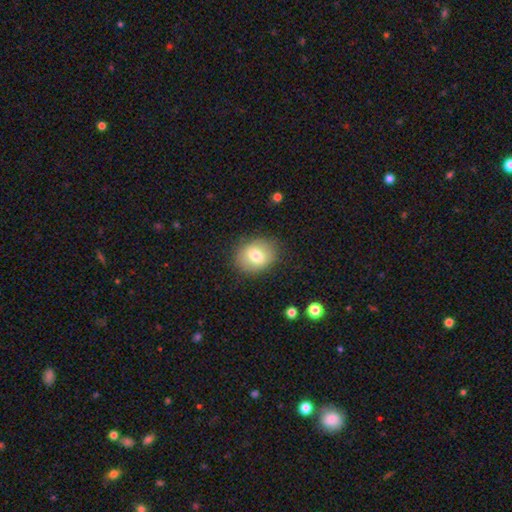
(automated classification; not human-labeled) Q: Smooth or featured?
A: smooth (71%); runner-up: featured or disk (20%)
Q: How rounded?
A: round (57%); runner-up: in between (42%)
Q: Merging?
A: none (83%); runner-up: minor disturbance (12%)